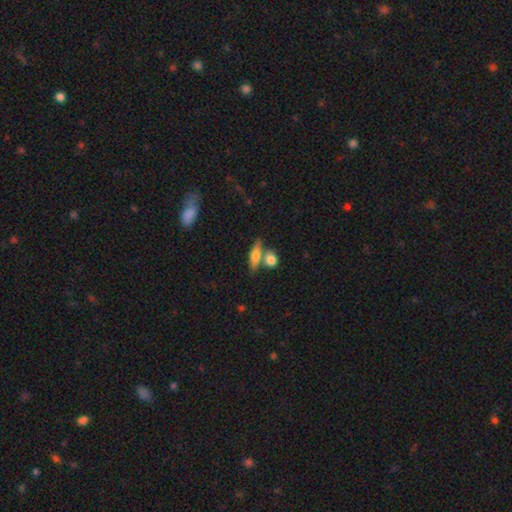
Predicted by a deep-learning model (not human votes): Smooth or featured? Predicted: smooth (p=0.65). How rounded? Predicted: in between (p=0.45). Merging? Predicted: none (p=0.57).